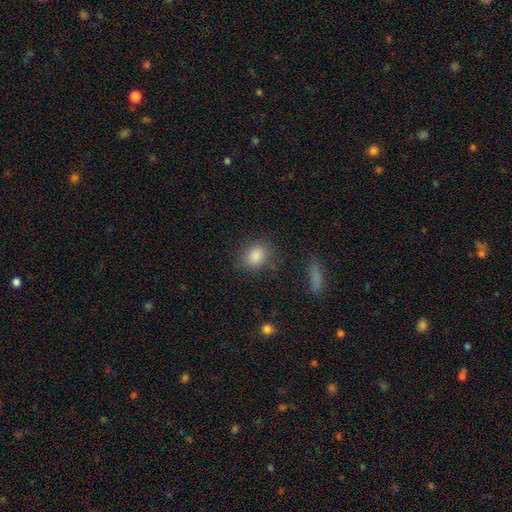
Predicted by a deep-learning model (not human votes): This is clearly a smooth galaxy (85%). How rounded: possibly round (52%). Merging: likely none (79%).